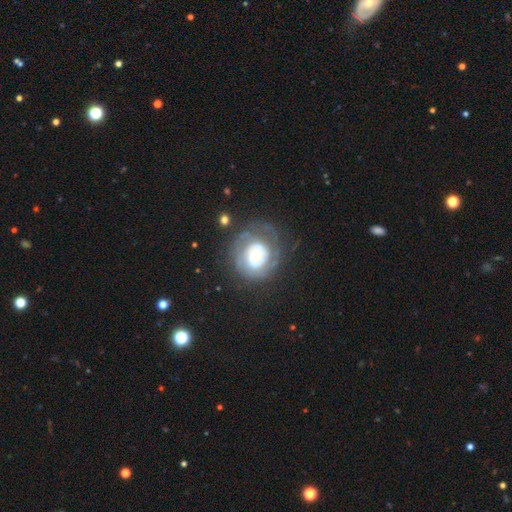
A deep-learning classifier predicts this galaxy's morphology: A featured or disk galaxy (69%) with no bar (81%), spiral arms (58%) and a moderate central bulge (43%).

Vote fractions:
- Smooth or featured? featured or disk: 69% / smooth: 23% / star or artifact: 7%
- Edge-on disk? no: 97% / yes: 3%
- Bar? no: 81% / weak: 15% / strong: 4%
- Spiral arms? yes: 58% / no: 42%
- Bulge size? moderate: 43% / small: 41% / large: 12% / dominant: 3% / none: 2%
- Merging? none: 57% / major disturbance: 21% / minor disturbance: 20% / merger: 2%